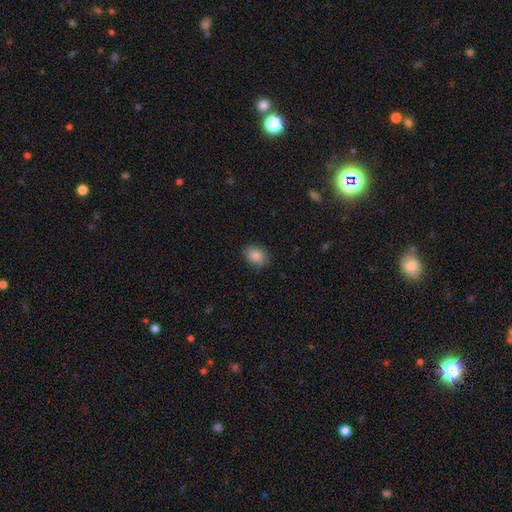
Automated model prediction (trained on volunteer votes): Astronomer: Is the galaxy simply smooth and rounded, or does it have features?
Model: smooth — 86%.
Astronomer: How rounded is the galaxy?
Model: in between — 71%.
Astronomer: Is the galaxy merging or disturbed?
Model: none — 85%.